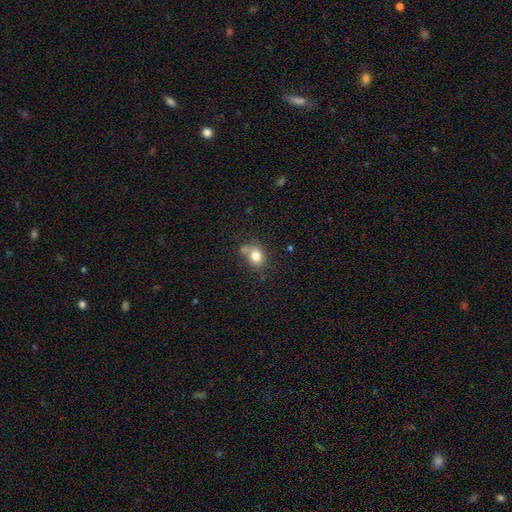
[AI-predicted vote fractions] Smooth or featured? Predicted: smooth (p=0.80). How rounded? Predicted: round (p=0.51). Merging? Predicted: none (p=0.56).